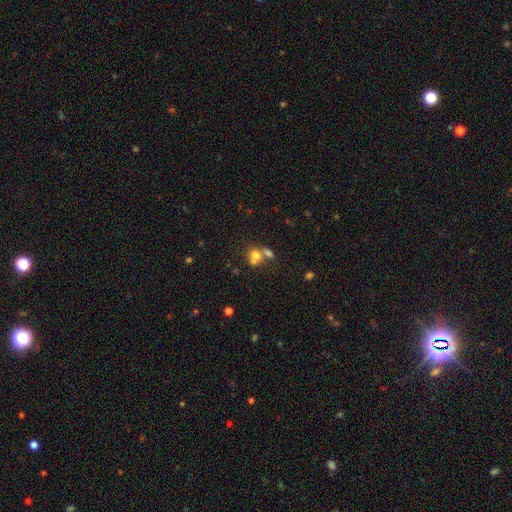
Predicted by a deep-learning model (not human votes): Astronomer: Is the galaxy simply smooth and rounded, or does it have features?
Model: smooth — 69%.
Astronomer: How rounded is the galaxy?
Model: round — 62% (runner-up: in between, 37%).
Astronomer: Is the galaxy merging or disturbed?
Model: merger — 54% (runner-up: none, 32%).